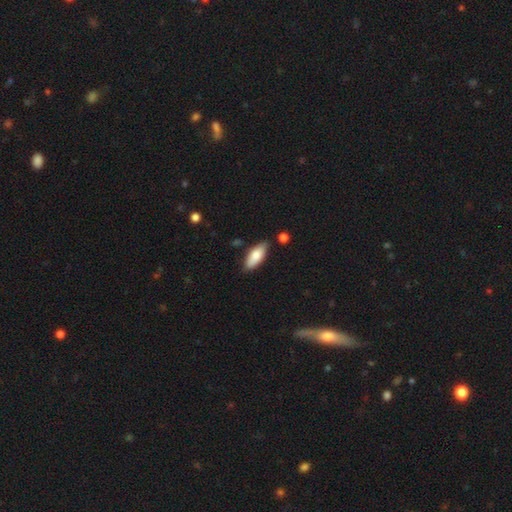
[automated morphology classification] smooth 78%, featured or disk 16%, star or artifact 6%. Down the decision tree: how rounded — in between (78%); merging — none (80%).